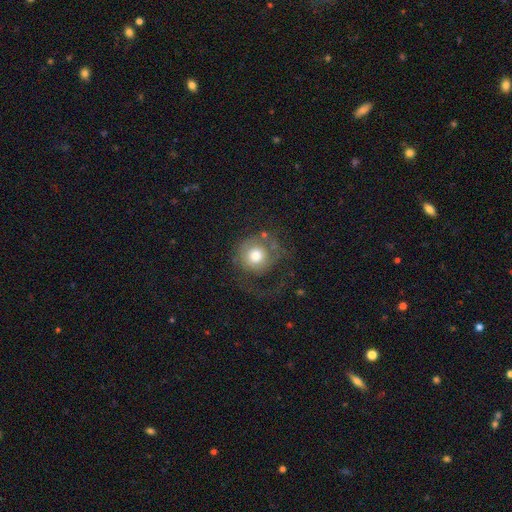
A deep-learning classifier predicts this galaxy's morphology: Smooth or featured? Predicted: smooth (p=0.54). How rounded? Predicted: round (p=0.88). Merging? Predicted: none (p=0.41).